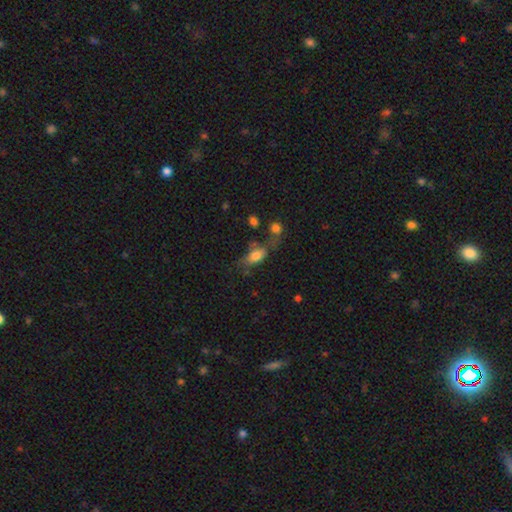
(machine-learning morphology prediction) Smooth or featured: smooth — 72% (featured or disk — 19%)
How rounded: in between — 84% (cigar-shaped — 8%)
Merging: none — 37% (minor disturbance — 23%)